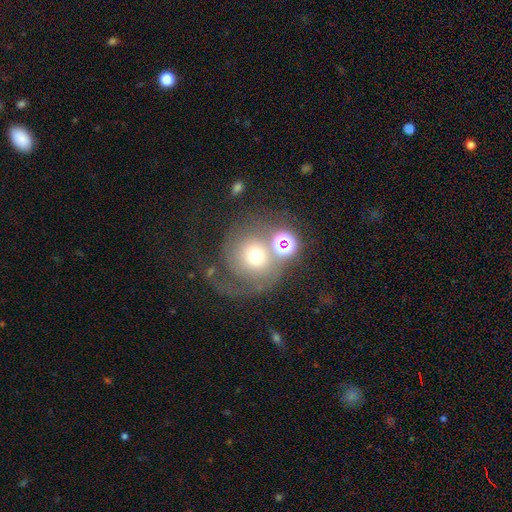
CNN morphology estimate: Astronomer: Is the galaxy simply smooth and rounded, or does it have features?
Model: smooth — 49% (runner-up: featured or disk, 33%).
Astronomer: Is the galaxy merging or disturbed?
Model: none — 41% (runner-up: major disturbance, 25%).